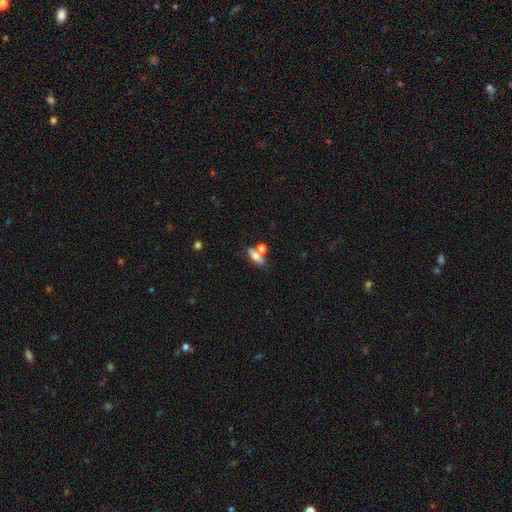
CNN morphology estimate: smooth-or-featured: smooth: 64% | featured or disk: 25% | star or artifact: 11%
  how-rounded: in between: 66% | cigar-shaped: 21% | round: 13%
  merging: none: 44% | merger: 37% | minor disturbance: 12% | major disturbance: 6%